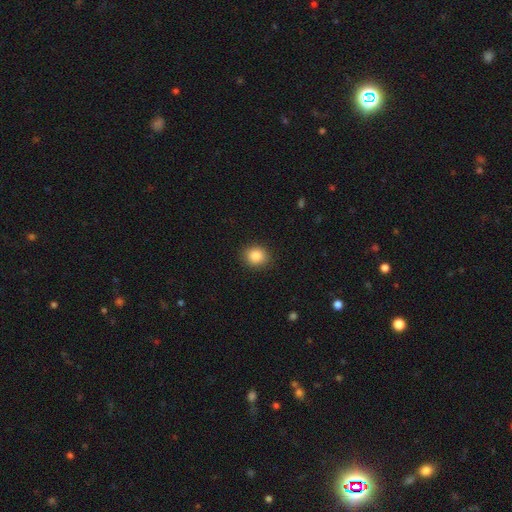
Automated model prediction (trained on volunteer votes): Overall: smooth (86%). How rounded: round (73%). Merging: none (89%).